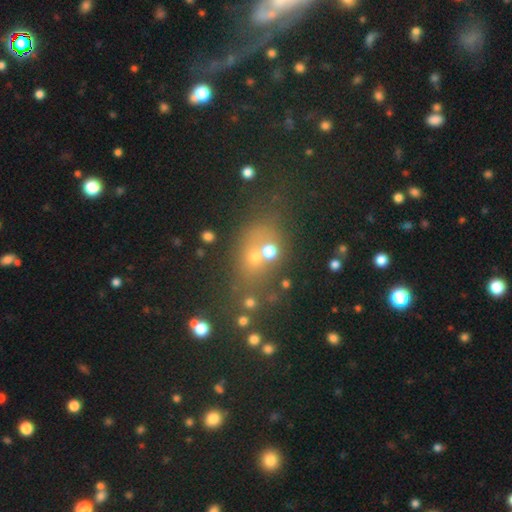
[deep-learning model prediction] Smooth or featured? smooth (49%)
Merging? none (47%)